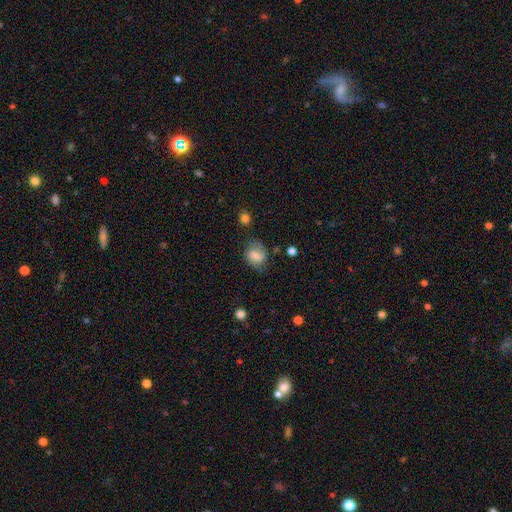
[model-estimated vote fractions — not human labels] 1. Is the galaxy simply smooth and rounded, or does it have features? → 65% smooth, 25% featured or disk, 9% star or artifact.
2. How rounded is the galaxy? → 51% round, 48% in between, 1% cigar-shaped.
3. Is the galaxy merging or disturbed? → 64% none, 24% minor disturbance, 8% major disturbance, 3% merger.